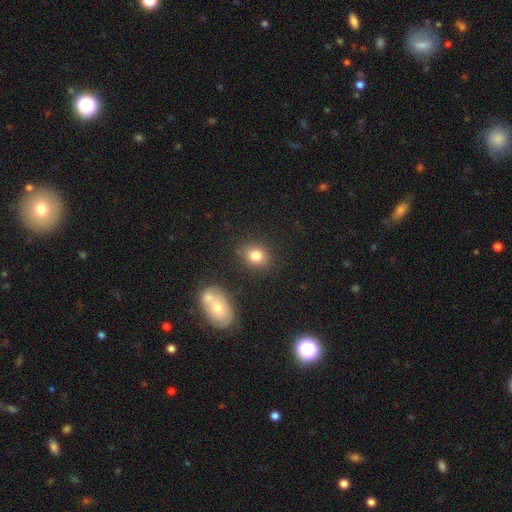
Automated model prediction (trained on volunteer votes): Q: Smooth or featured?
A: smooth (81%); runner-up: star or artifact (11%)
Q: How rounded?
A: round (55%); runner-up: in between (43%)
Q: Merging?
A: none (81%); runner-up: minor disturbance (11%)